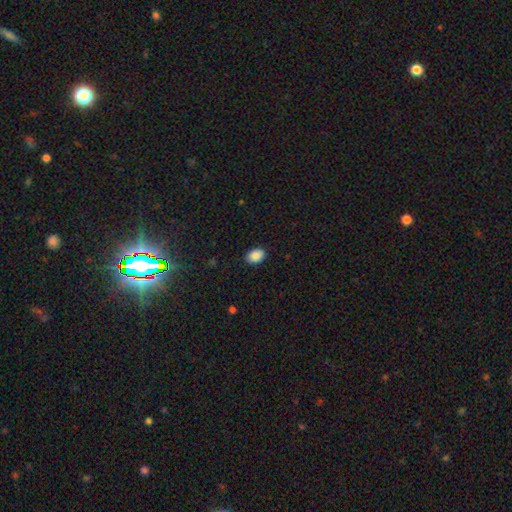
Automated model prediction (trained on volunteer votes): smooth 88%, star or artifact 8%, featured or disk 4%. Down the decision tree: how rounded — in between (84%); merging — none (89%).